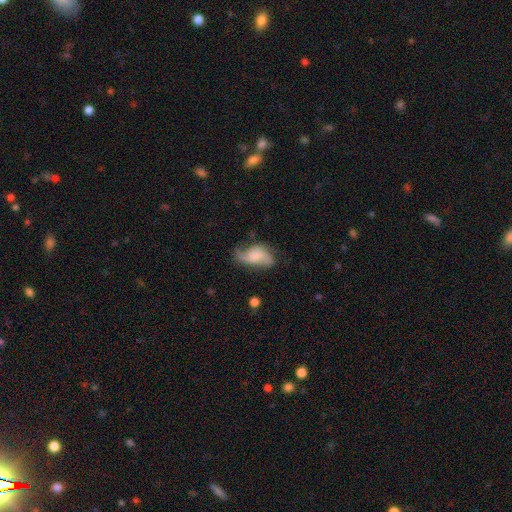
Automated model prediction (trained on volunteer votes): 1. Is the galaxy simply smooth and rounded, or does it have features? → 56% featured or disk, 36% smooth, 8% star or artifact.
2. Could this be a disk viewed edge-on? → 96% no, 4% yes.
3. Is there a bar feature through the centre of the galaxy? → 63% no, 30% weak, 7% strong.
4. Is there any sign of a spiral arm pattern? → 86% yes, 14% no.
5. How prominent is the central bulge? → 45% none, 21% small, 17% moderate, 13% large, 4% dominant.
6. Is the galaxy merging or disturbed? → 44% none, 29% minor disturbance, 23% major disturbance, 3% merger.